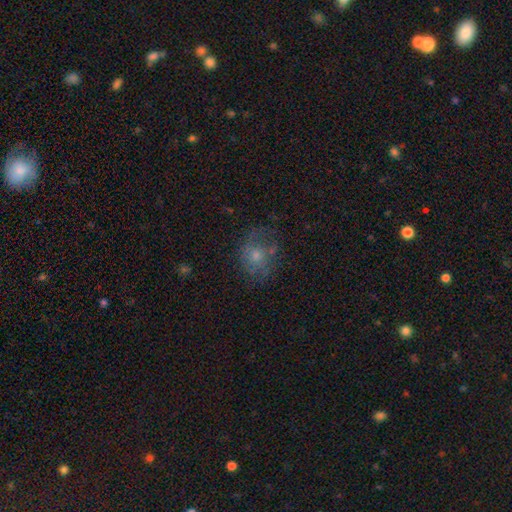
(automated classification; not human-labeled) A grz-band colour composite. It shows a smooth galaxy with no disk features (44%). Merging: none (56%).